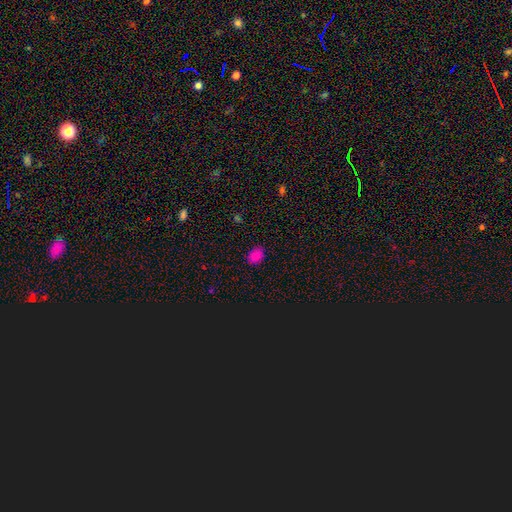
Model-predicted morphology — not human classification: This is clearly a smooth galaxy (81%). How rounded: likely in between (75%). Merging: clearly none (86%).